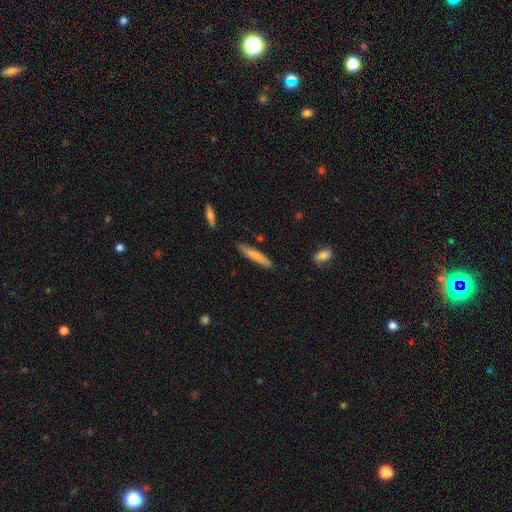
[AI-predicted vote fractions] Smooth or featured? smooth (75%)
How rounded? cigar-shaped (91%)
Merging? none (84%)